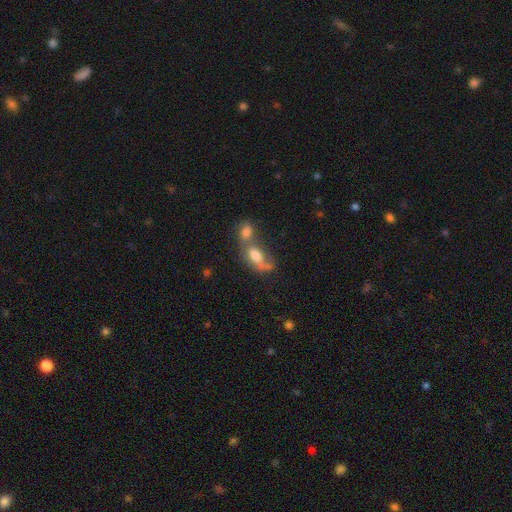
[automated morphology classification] smooth-or-featured: smooth: 64% | featured or disk: 26% | star or artifact: 10%
  how-rounded: in between: 79% | round: 13% | cigar-shaped: 8%
  merging: merger: 65% | none: 17% | major disturbance: 9% | minor disturbance: 9%